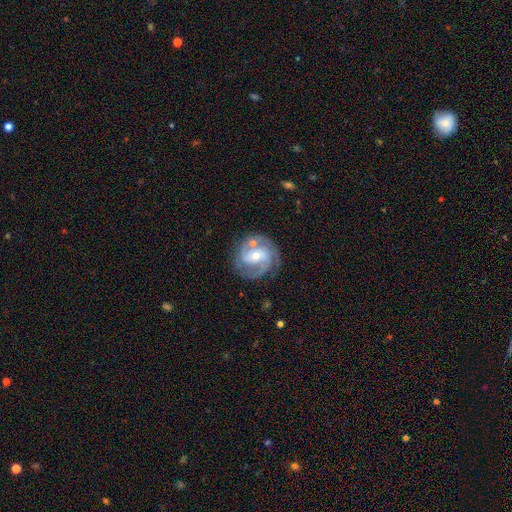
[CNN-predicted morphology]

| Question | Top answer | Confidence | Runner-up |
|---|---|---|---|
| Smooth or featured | featured or disk | 84% | smooth (10%) |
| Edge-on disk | no | 98% | yes (2%) |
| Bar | no | 53% | weak (36%) |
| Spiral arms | yes | 96% | no (4%) |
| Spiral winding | tight | 55% | medium (37%) |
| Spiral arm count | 2 | 39% | 3 (32%) |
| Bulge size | moderate | 56% | small (40%) |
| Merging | none | 72% | minor disturbance (15%) |